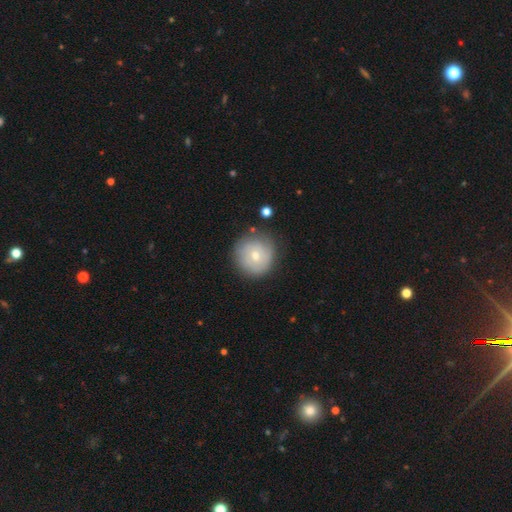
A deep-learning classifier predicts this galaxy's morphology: This appears to be a smooth galaxy with no disk features (63%) that is round (94%). Merging: none (76%).